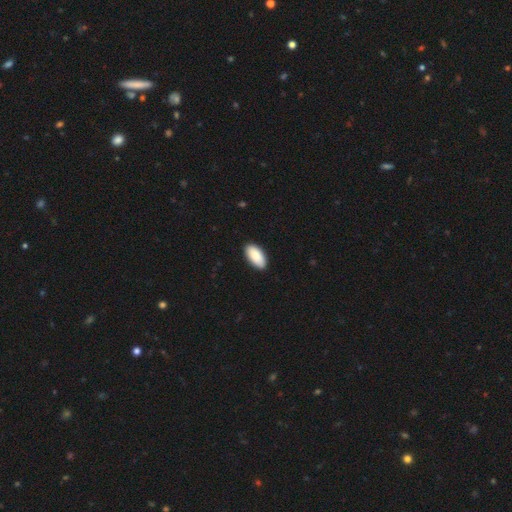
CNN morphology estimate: Smooth or featured? Predicted: smooth (p=0.90). How rounded? Predicted: in between (p=0.95). Merging? Predicted: none (p=0.89).